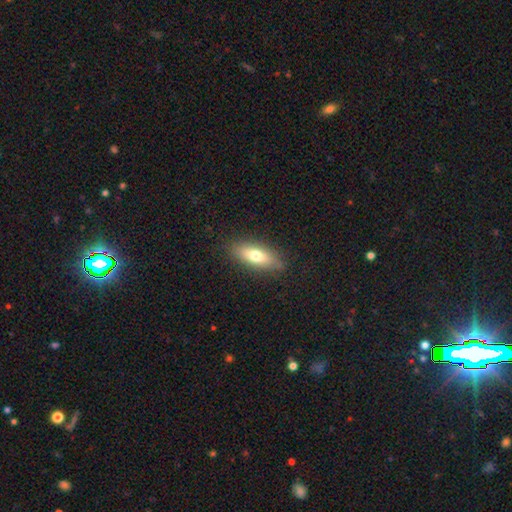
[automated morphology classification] This is likely a smooth galaxy (69%). How rounded: likely in between (67%). Merging: clearly none (84%).